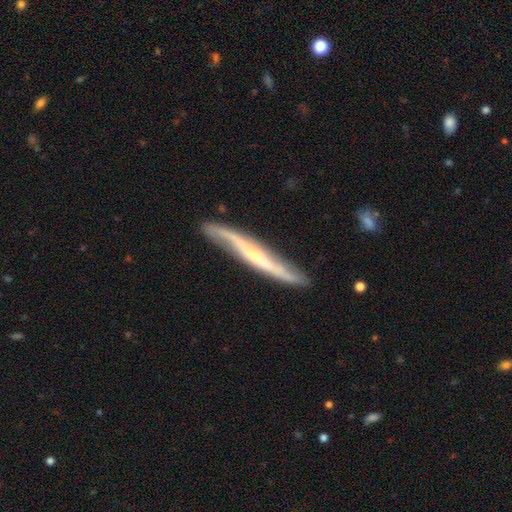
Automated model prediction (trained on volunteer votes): smooth-or-featured: featured or disk: 76% | smooth: 19% | star or artifact: 5%
  disk-edge-on: yes: 66% | no: 34%
    edge-on-bulge: none: 54% | rounded: 35% | boxy: 11%
  merging: none: 75% | minor disturbance: 18% | major disturbance: 5% | merger: 2%